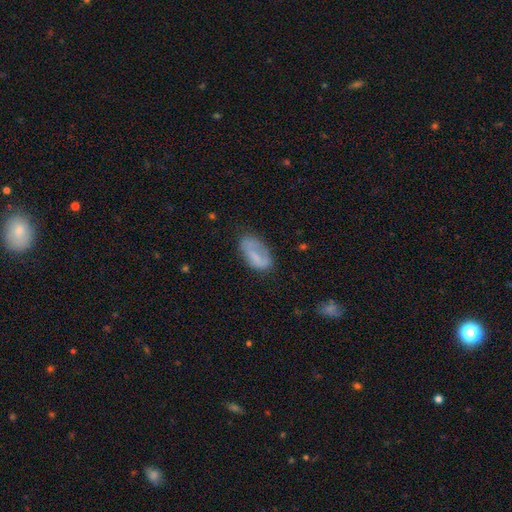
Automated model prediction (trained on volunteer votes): A smooth galaxy with no disk features (63%) that is in between round and cigar-shaped (91%).

Vote fractions:
- Smooth or featured? smooth: 63% / featured or disk: 28% / star or artifact: 9%
- How rounded? in between: 91% / cigar-shaped: 5% / round: 4%
- Merging? none: 57% / minor disturbance: 27% / major disturbance: 13% / merger: 3%